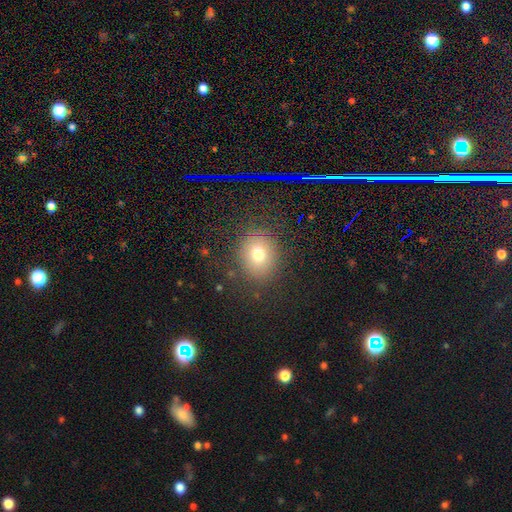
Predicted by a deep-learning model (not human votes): Smooth or featured: smooth — 65% (star or artifact — 23%)
How rounded: round — 53% (in between — 46%)
Merging: none — 85% (minor disturbance — 9%)